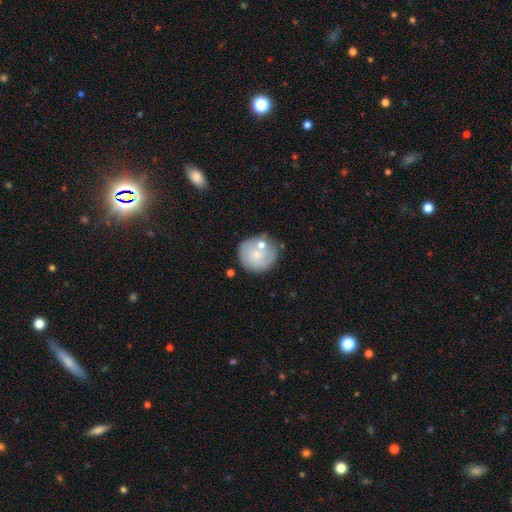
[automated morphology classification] Overall: smooth (62%; featured or disk 31%). How rounded: round (90%). Merging: none (67%).